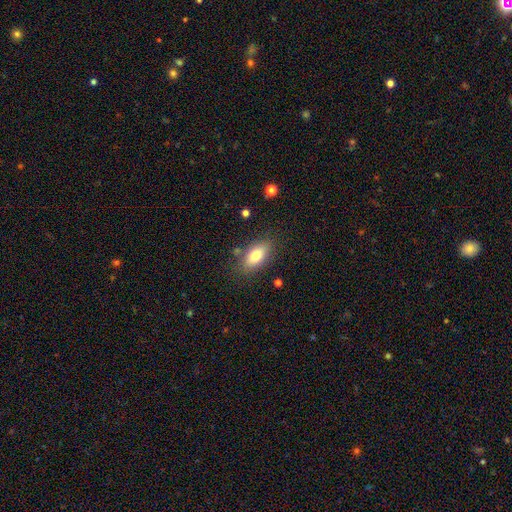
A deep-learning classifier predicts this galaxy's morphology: smooth 75%, featured or disk 17%, star or artifact 8%. Down the decision tree: how rounded — in between (87%); merging — none (80%).